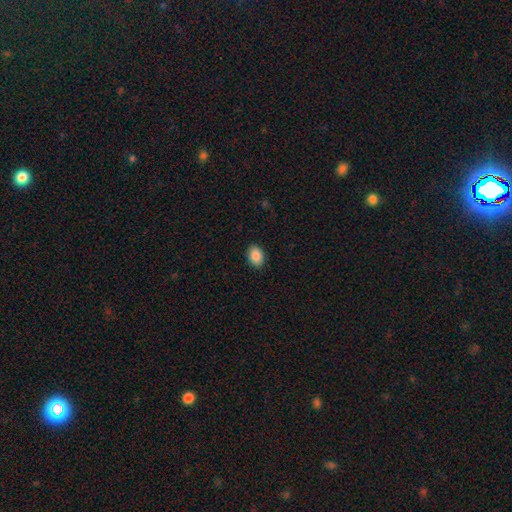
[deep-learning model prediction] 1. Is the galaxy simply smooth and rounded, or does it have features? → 88% smooth, 8% star or artifact, 4% featured or disk.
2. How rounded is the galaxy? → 76% in between, 23% round, 1% cigar-shaped.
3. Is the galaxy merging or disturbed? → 89% none, 8% minor disturbance, 2% major disturbance, 1% merger.